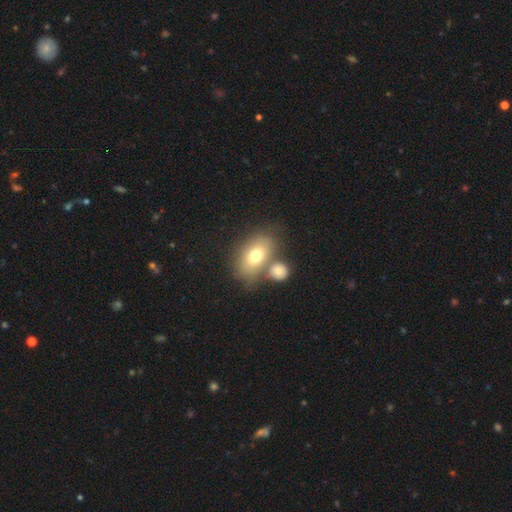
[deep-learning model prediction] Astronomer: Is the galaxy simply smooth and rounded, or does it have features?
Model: smooth — 70%.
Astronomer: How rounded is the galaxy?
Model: in between — 85%.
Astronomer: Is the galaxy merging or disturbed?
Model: none — 51% (runner-up: merger, 31%).